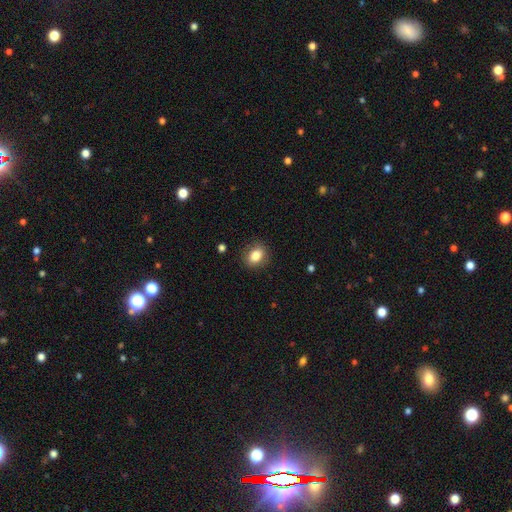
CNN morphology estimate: The model was most divided on "how rounded": in between: 60%, round: 39%, cigar-shaped: 1%. More confident: merging — none (85%); smooth or featured — smooth (84%).